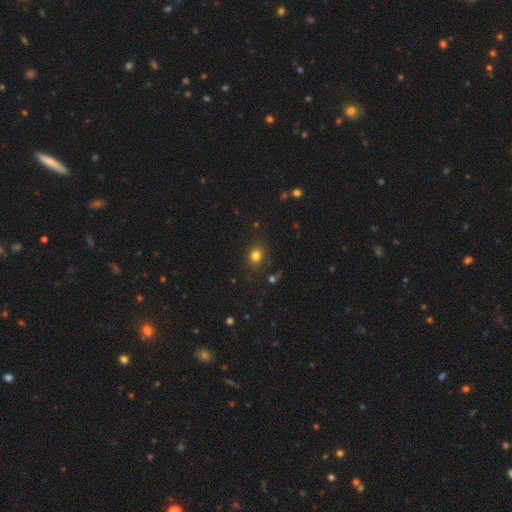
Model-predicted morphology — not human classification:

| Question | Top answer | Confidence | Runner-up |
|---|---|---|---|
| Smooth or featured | smooth | 79% | star or artifact (15%) |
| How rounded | round | 71% | in between (28%) |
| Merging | none | 84% | minor disturbance (10%) |